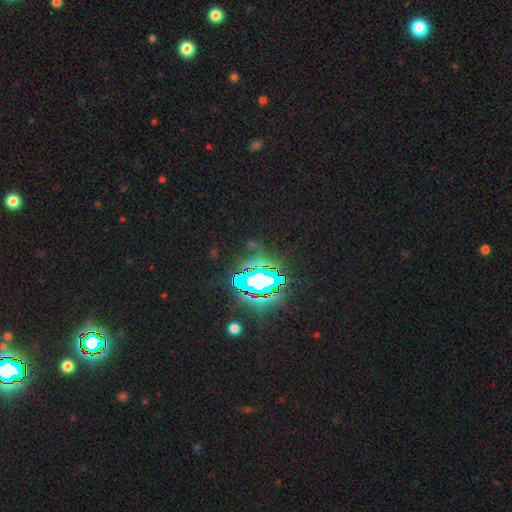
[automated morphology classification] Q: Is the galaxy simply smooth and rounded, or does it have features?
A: star or artifact — 80%.